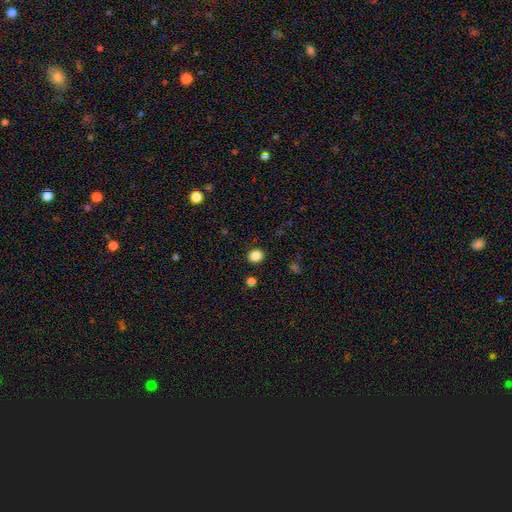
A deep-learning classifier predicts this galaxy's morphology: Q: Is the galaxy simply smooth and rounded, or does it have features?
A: smooth — 85%.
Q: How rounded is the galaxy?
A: round — 81%.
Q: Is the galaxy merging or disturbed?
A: none — 90%.